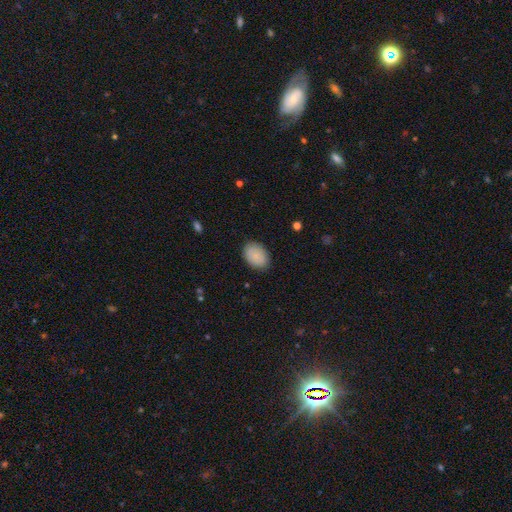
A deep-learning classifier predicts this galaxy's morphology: Smooth or featured?
  - smooth: 89% *
  - star or artifact: 7%
  - featured or disk: 4%
How rounded?
  - in between: 82% *
  - round: 17%
  - cigar-shaped: 1%
Merging?
  - none: 86% *
  - minor disturbance: 10%
  - major disturbance: 2%
  - merger: 1%